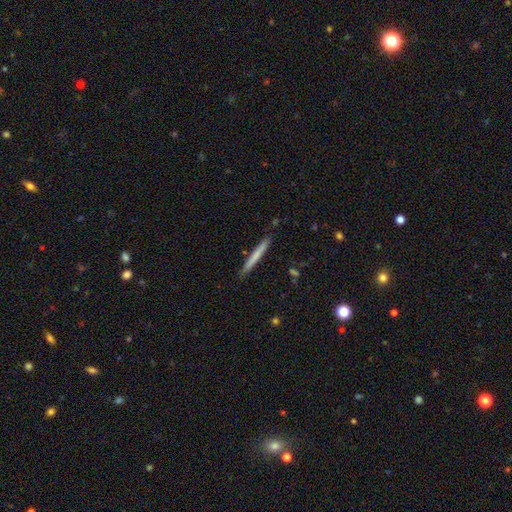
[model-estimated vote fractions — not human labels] The model was most divided on "smooth or featured": smooth: 68%, featured or disk: 27%, star or artifact: 5%. More confident: how rounded — cigar-shaped (97%); merging — none (88%).